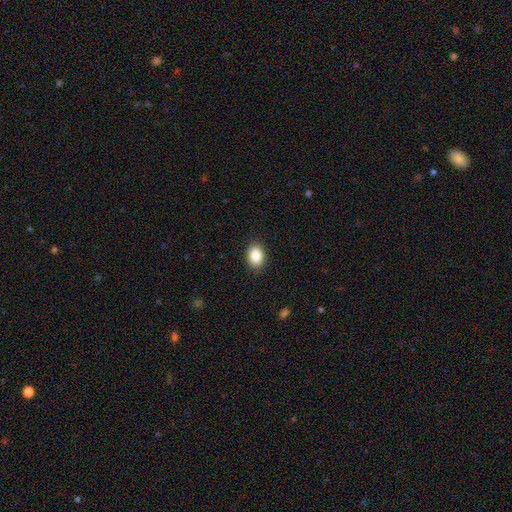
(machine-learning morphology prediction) Q: Smooth or featured?
A: smooth (87%); runner-up: star or artifact (8%)
Q: How rounded?
A: in between (73%); runner-up: round (26%)
Q: Merging?
A: none (90%); runner-up: minor disturbance (7%)